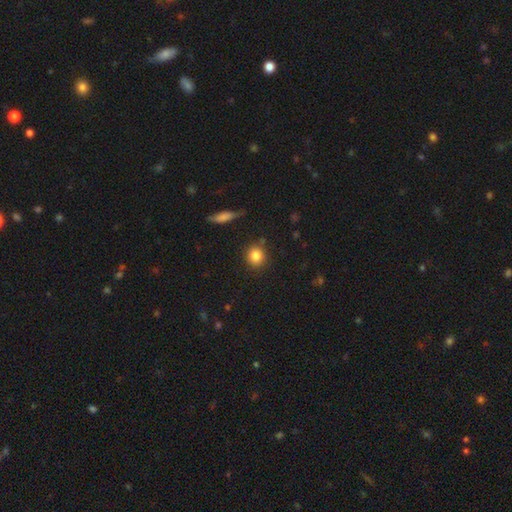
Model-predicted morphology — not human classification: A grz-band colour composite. It shows a smooth galaxy with no disk features (84%) that is round (87%). Merging: none (85%).